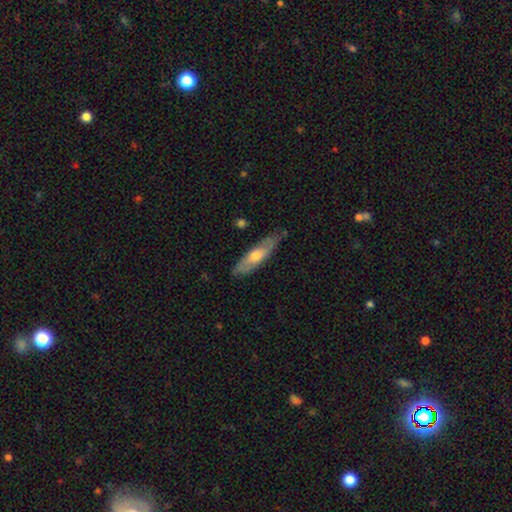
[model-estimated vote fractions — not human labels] The model was most divided on "smooth or featured": smooth: 54%, featured or disk: 41%, star or artifact: 5%. More confident: merging — none (76%); how rounded — cigar-shaped (65%).